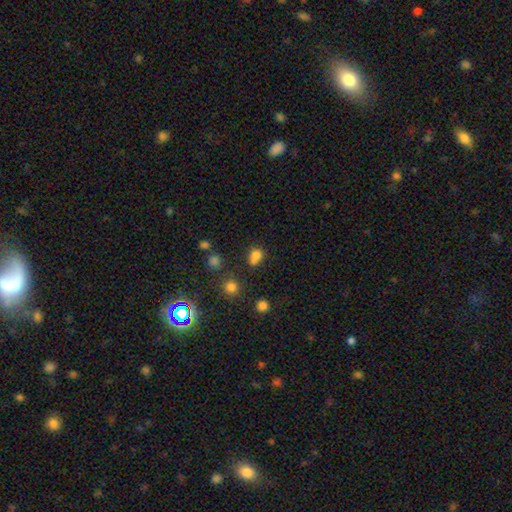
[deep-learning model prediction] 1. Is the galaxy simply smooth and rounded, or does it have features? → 74% smooth, 16% star or artifact, 10% featured or disk.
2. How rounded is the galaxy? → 67% round, 32% in between, 1% cigar-shaped.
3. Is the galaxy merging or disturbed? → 43% none, 40% merger, 12% minor disturbance, 5% major disturbance.